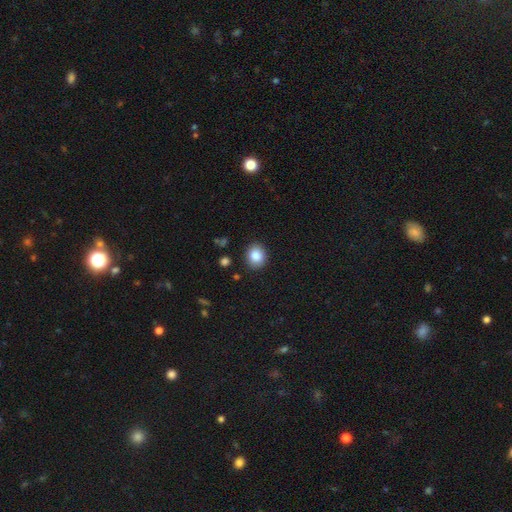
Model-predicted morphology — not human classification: The model was most divided on "how rounded": round: 66%, in between: 33%, cigar-shaped: 1%. More confident: merging — none (88%); smooth or featured — smooth (86%).